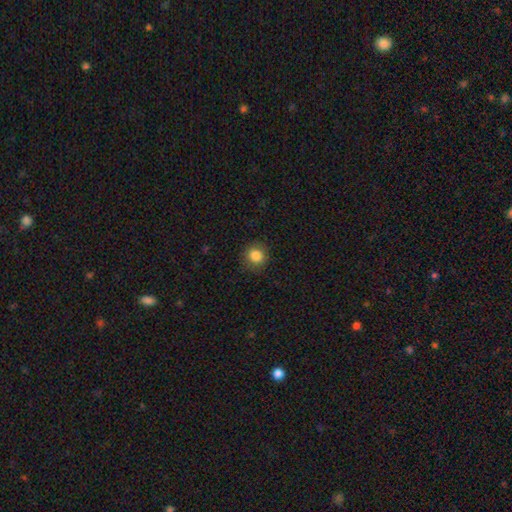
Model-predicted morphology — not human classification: Q: Smooth or featured?
A: smooth (85%); runner-up: star or artifact (10%)
Q: How rounded?
A: round (88%); runner-up: in between (12%)
Q: Merging?
A: none (86%); runner-up: minor disturbance (10%)